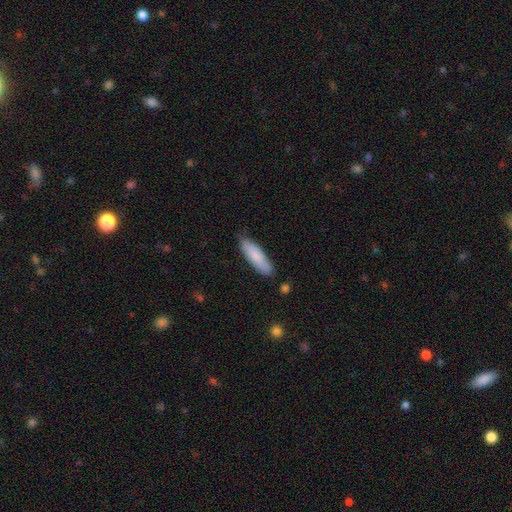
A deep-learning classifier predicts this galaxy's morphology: A smooth galaxy with no disk features (83%) that is cigar-shaped (56%).

Vote fractions:
- Smooth or featured? smooth: 83% / featured or disk: 12% / star or artifact: 6%
- How rounded? cigar-shaped: 56% / in between: 42% / round: 1%
- Merging? none: 81% / minor disturbance: 15% / major disturbance: 2% / merger: 2%